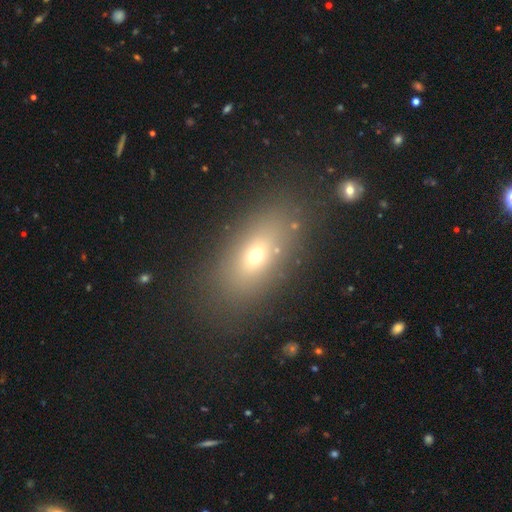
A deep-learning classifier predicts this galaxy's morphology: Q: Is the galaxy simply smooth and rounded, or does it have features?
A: smooth — 62%.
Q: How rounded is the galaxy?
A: in between — 76%.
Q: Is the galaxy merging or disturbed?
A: none — 82%.